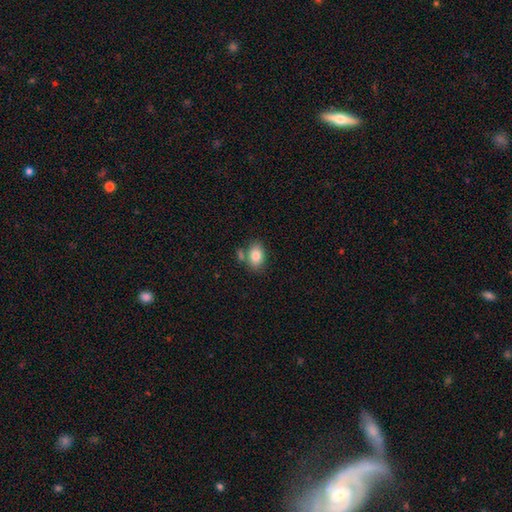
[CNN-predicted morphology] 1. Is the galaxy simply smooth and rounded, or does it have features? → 82% smooth, 10% featured or disk, 8% star or artifact.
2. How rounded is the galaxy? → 83% in between, 15% round, 1% cigar-shaped.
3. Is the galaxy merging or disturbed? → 64% none, 18% merger, 14% minor disturbance, 4% major disturbance.